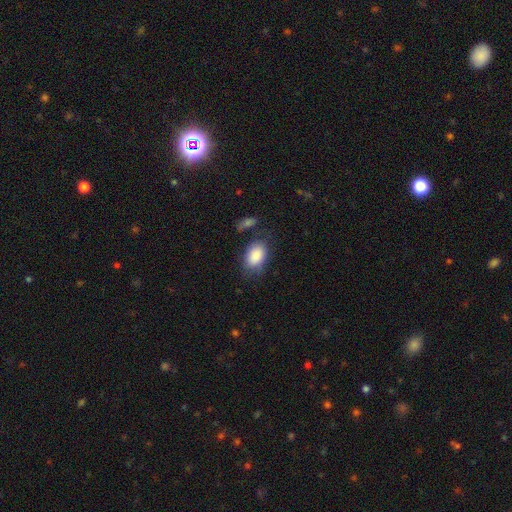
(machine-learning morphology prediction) Smooth or featured?
  - smooth: 87% *
  - featured or disk: 7%
  - star or artifact: 6%
How rounded?
  - in between: 89% *
  - round: 10%
  - cigar-shaped: 1%
Merging?
  - none: 67% *
  - minor disturbance: 19%
  - major disturbance: 8%
  - merger: 6%